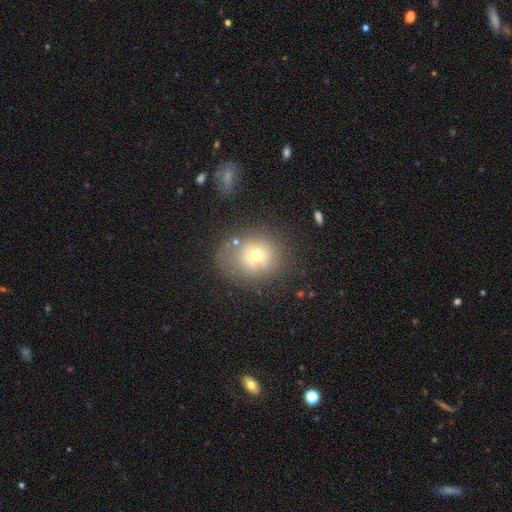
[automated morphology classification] Smooth or featured: smooth — 66% (featured or disk — 19%)
How rounded: round — 73% (in between — 27%)
Merging: none — 62% (minor disturbance — 20%)